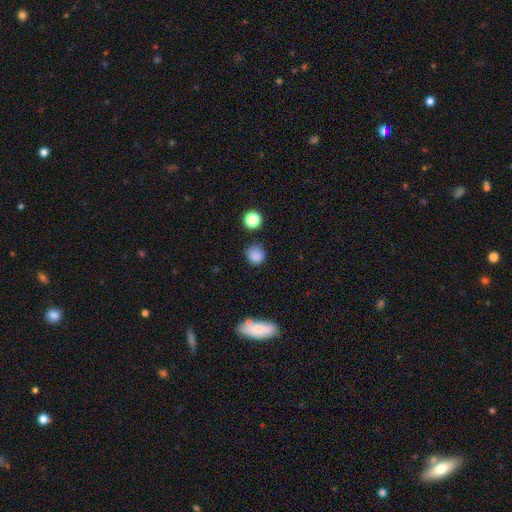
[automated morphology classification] Smooth or featured?
  - smooth: 84% *
  - star or artifact: 11%
  - featured or disk: 5%
How rounded?
  - round: 86% *
  - in between: 13%
  - cigar-shaped: 1%
Merging?
  - none: 76% *
  - minor disturbance: 16%
  - major disturbance: 4%
  - merger: 3%